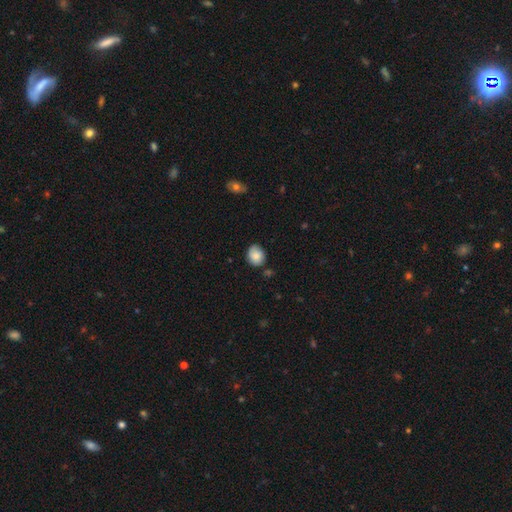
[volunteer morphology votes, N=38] Smooth or featured? smooth (79%)
How rounded? round (53%)
Merging? none (72%)